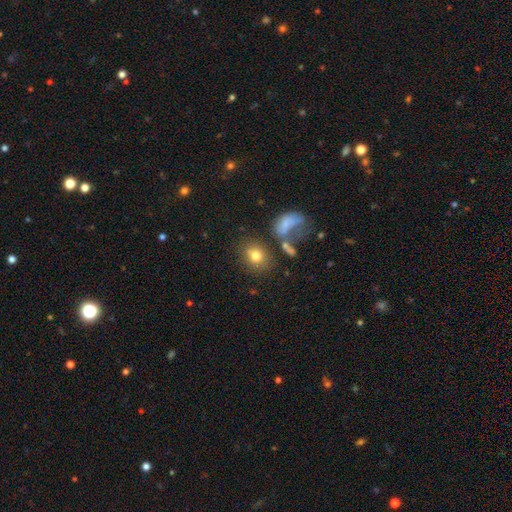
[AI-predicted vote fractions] Smooth or featured?
  - smooth: 75% *
  - featured or disk: 13%
  - star or artifact: 12%
How rounded?
  - round: 53% *
  - in between: 45%
  - cigar-shaped: 2%
Merging?
  - none: 59% *
  - merger: 17%
  - minor disturbance: 14%
  - major disturbance: 11%